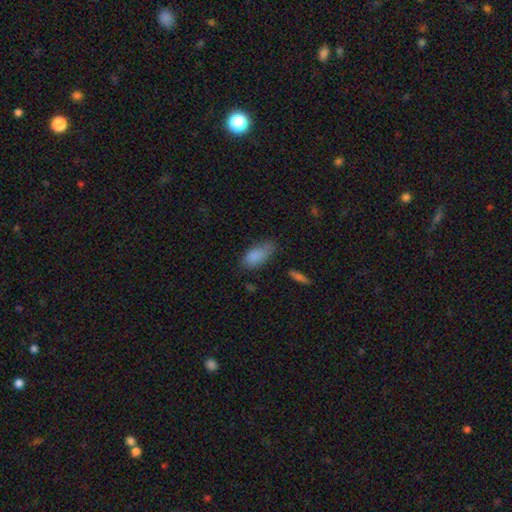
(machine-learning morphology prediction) Overall: smooth (84%). How rounded: in between (87%). Merging: none (54%; minor disturbance 33%).